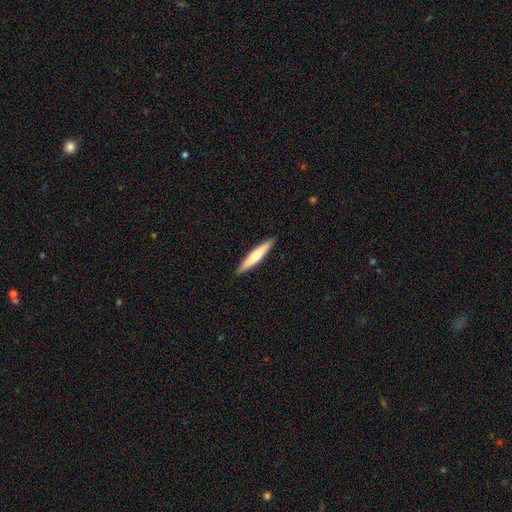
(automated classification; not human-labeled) smooth_or_featured: smooth (p=0.59) [alt: featured or disk p=0.36]
how_rounded: cigar-shaped (p=0.92) [alt: in between p=0.07]
merging: none (p=0.91) [alt: minor disturbance p=0.06]